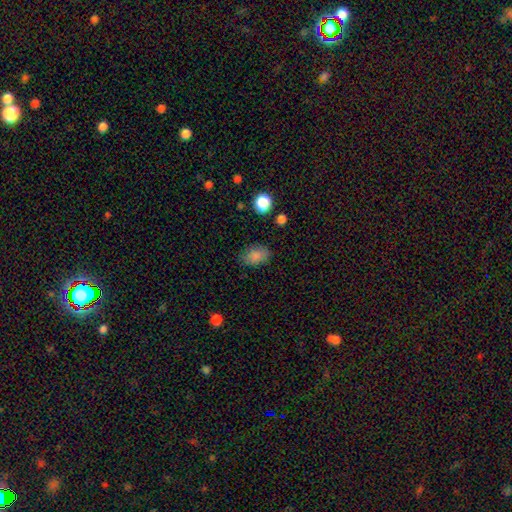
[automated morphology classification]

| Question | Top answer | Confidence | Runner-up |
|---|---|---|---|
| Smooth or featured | smooth | 84% | star or artifact (10%) |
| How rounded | in between | 81% | round (18%) |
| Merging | none | 78% | minor disturbance (16%) |